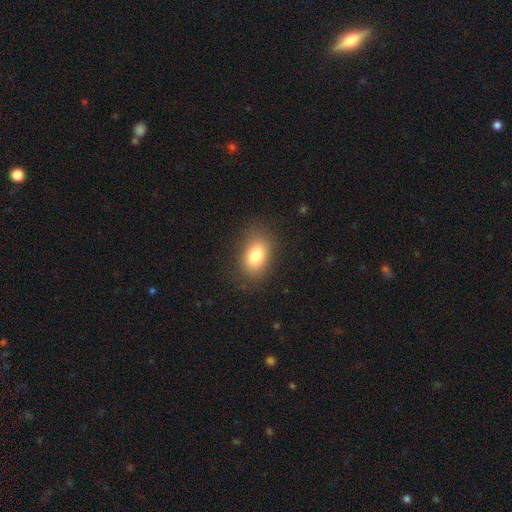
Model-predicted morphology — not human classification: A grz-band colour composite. It shows a smooth galaxy with no disk features (80%) that is in between round and cigar-shaped (82%). Merging: none (84%).